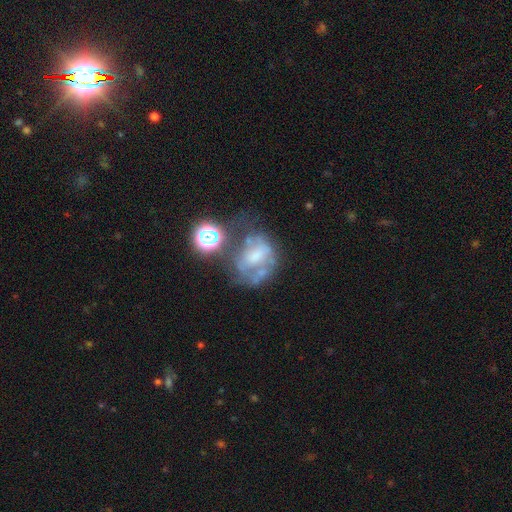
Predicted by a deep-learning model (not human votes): Smooth or featured?
  - featured or disk: 56% *
  - smooth: 28%
  - star or artifact: 16%
Edge-on disk?
  - no: 97% *
  - yes: 3%
Bar?
  - no: 70% *
  - weak: 23%
  - strong: 8%
Spiral arms?
  - no: 72% *
  - yes: 28%
Bulge size?
  - none: 35% *
  - moderate: 31%
  - small: 21%
  - large: 11%
  - dominant: 2%
Merging?
  - major disturbance: 31% *
  - none: 30%
  - minor disturbance: 21%
  - merger: 18%